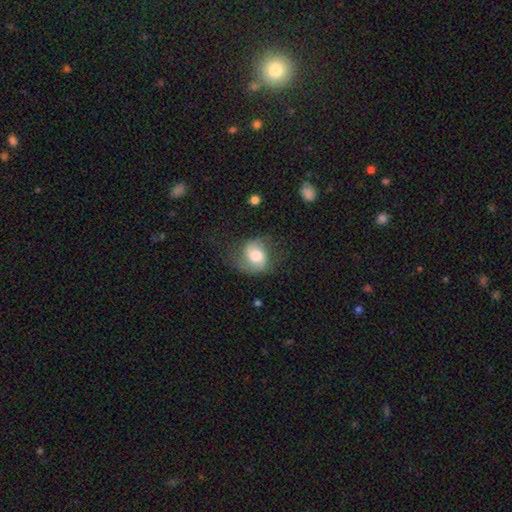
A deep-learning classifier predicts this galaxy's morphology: A featured or disk galaxy (52%) with no bar (60%), spiral arms (87%) and a moderate central bulge (56%).

Vote fractions:
- Smooth or featured? featured or disk: 52% / smooth: 40% / star or artifact: 8%
- Edge-on disk? no: 97% / yes: 3%
- Bar? no: 60% / weak: 32% / strong: 8%
- Spiral arms? yes: 87% / no: 13%
- Bulge size? moderate: 56% / large: 29% / small: 9% / dominant: 4% / none: 2%
- Merging? none: 53% / minor disturbance: 26% / major disturbance: 19% / merger: 2%